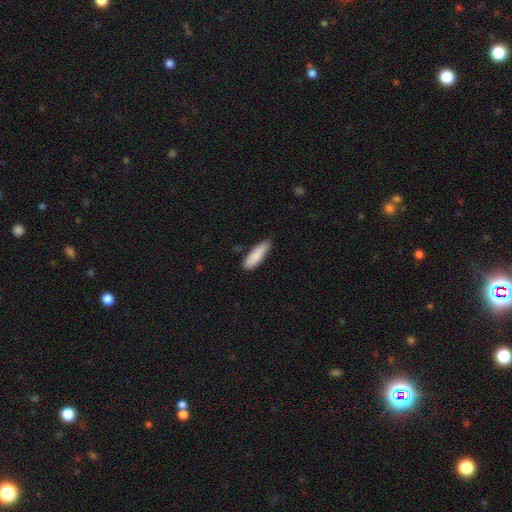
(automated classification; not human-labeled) Morphology: type=smooth (87%); roundness=cigar-shaped (60%); merging=none (76%).